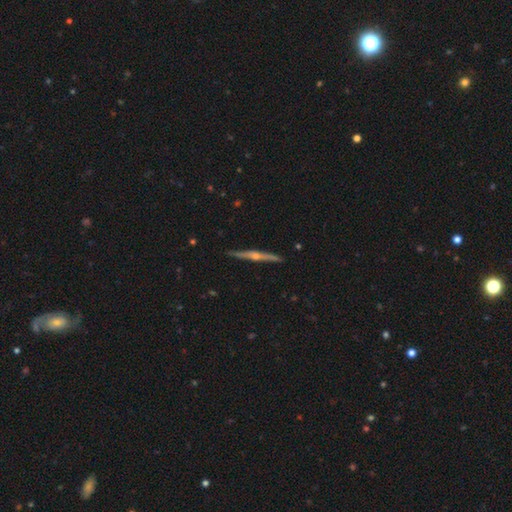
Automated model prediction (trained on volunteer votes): featured or disk 82%, smooth 13%, star or artifact 6%. Down the decision tree: edge-on disk — yes (98%); edge-on bulge — rounded (88%); merging — none (90%).